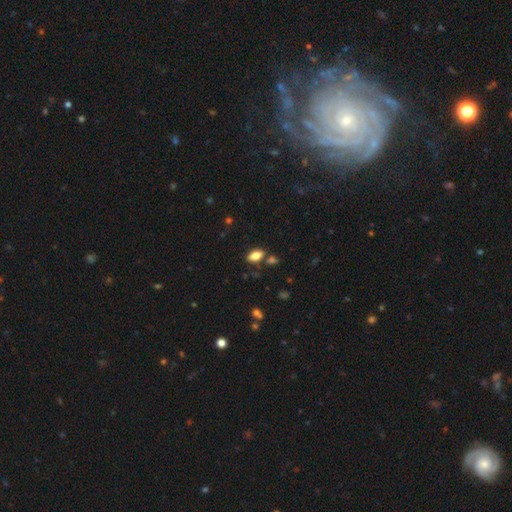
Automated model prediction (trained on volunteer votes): Morphology: type=smooth (83%); roundness=in between (91%); merging=none (75%).